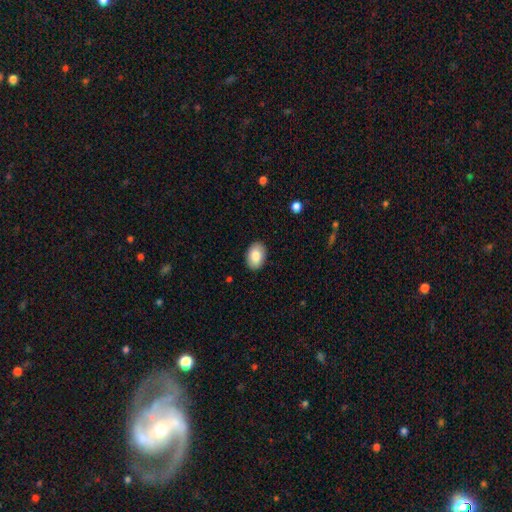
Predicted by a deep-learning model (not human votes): smooth 84%, featured or disk 9%, star or artifact 7%. Down the decision tree: how rounded — in between (84%); merging — none (89%).